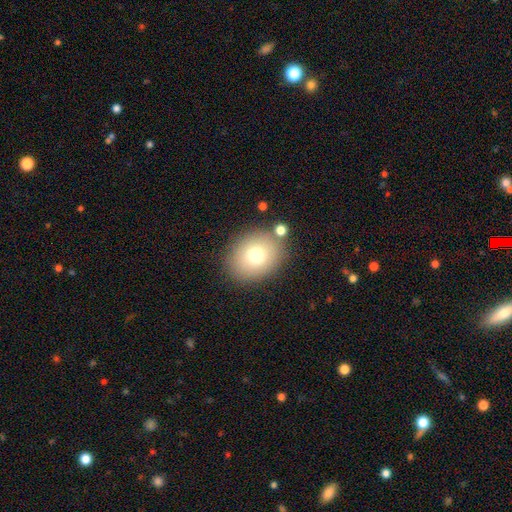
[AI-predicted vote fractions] The model was most divided on "how rounded": in between: 51%, round: 49%, cigar-shaped: 1%. More confident: merging — none (80%); smooth or featured — smooth (75%).